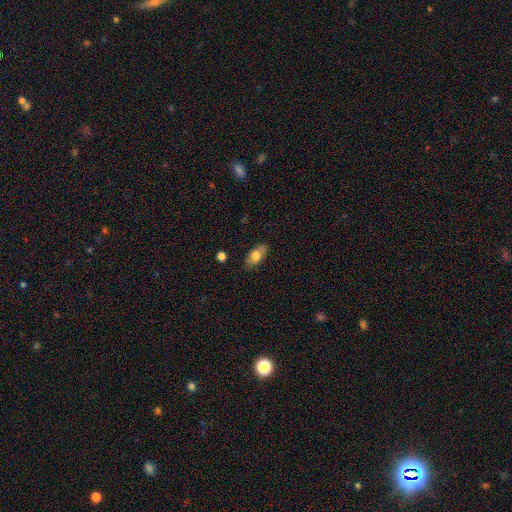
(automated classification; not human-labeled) Q: Smooth or featured?
A: smooth (74%); runner-up: featured or disk (19%)
Q: How rounded?
A: in between (89%); runner-up: cigar-shaped (7%)
Q: Merging?
A: none (84%); runner-up: minor disturbance (12%)